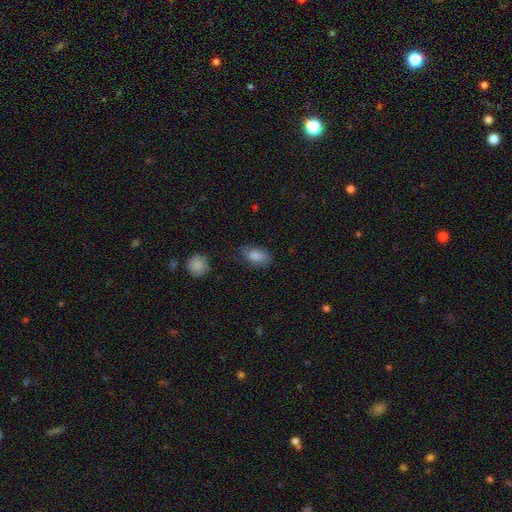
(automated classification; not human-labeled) This is clearly a smooth galaxy (84%). How rounded: clearly in between (90%). Merging: likely none (62%).